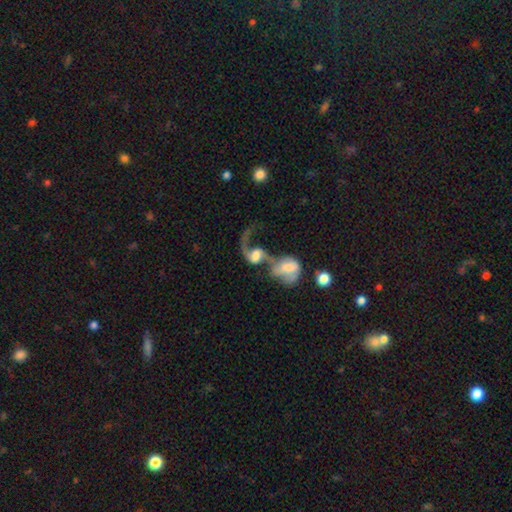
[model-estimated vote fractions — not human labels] featured or disk 68%, smooth 24%, star or artifact 8%. Down the decision tree: edge-on disk — no (96%); bar — no (52%); spiral arms — yes (83%); spiral arm count — 2 (47%); spiral winding — loose (78%); bulge size — moderate (38%); merging — merger (70%).